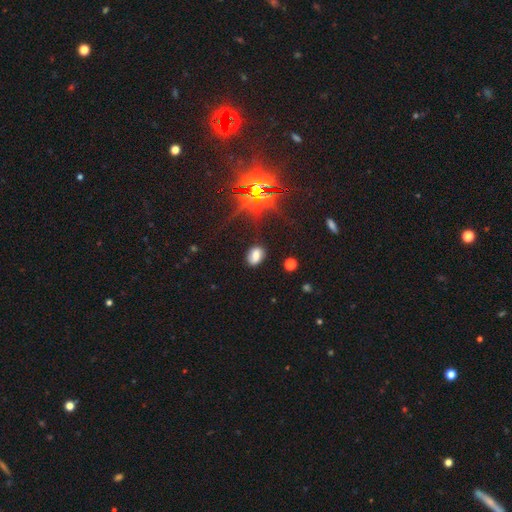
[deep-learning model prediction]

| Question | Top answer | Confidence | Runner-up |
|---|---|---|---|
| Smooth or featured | smooth | 64% | star or artifact (21%) |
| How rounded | in between | 76% | round (23%) |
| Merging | none | 80% | minor disturbance (13%) |